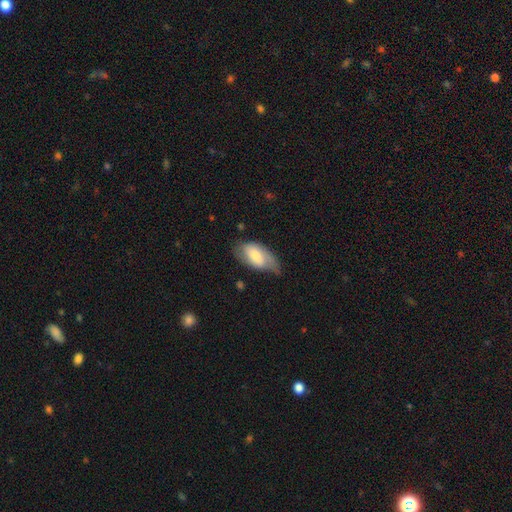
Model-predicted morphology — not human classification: This is possibly a smooth galaxy (56%). How rounded: clearly in between (93%). Merging: marginally none (44%).